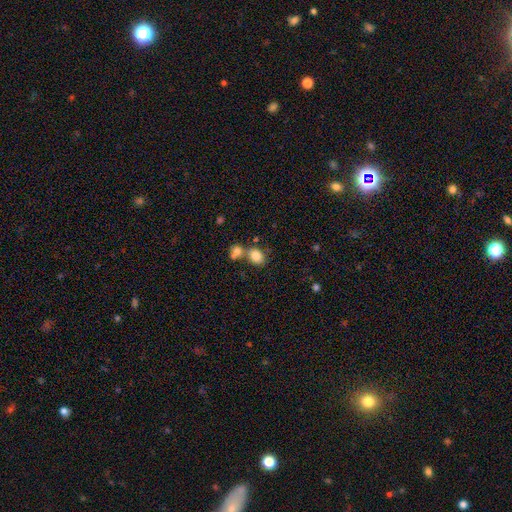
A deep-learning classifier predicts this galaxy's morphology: smooth_or_featured: smooth (p=0.82) [alt: star or artifact p=0.10]
how_rounded: in between (p=0.59) [alt: round p=0.40]
merging: none (p=0.49) [alt: merger p=0.36]